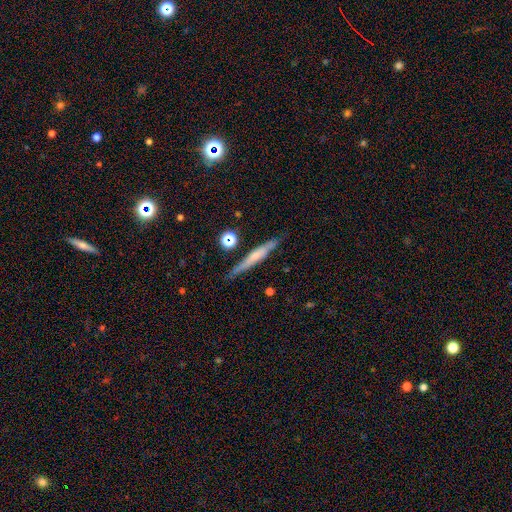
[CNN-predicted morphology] Overall: featured or disk (49%; smooth 43%). Merging: none (79%).